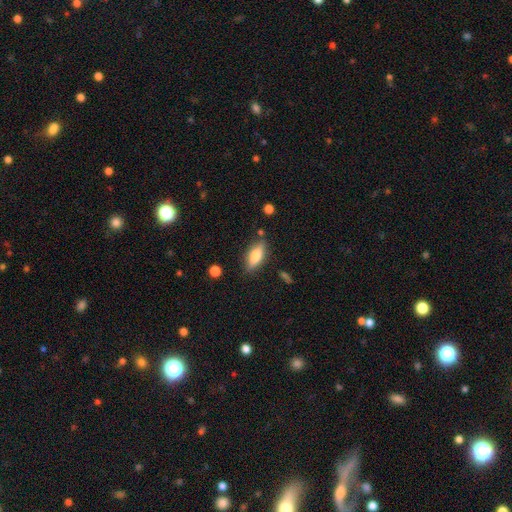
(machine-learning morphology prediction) Smooth or featured?
  - smooth: 62% *
  - featured or disk: 31%
  - star or artifact: 7%
How rounded?
  - in between: 69% *
  - cigar-shaped: 28%
  - round: 3%
Merging?
  - none: 81% *
  - minor disturbance: 13%
  - major disturbance: 3%
  - merger: 3%